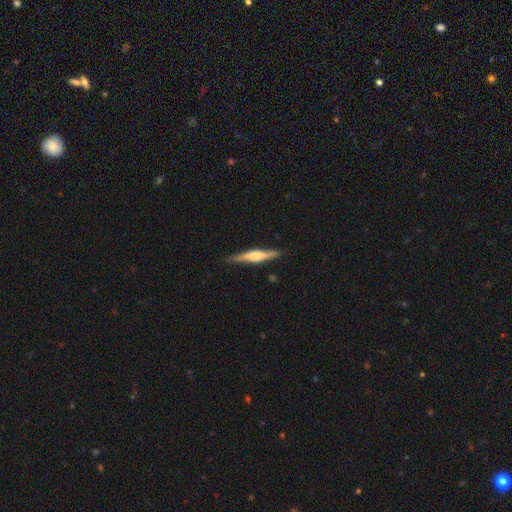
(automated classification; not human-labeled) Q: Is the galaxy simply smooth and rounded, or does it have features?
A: featured or disk — 65%.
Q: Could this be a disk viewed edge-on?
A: yes — 97%.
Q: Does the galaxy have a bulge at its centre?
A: rounded — 77%.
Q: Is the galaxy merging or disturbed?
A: none — 87%.